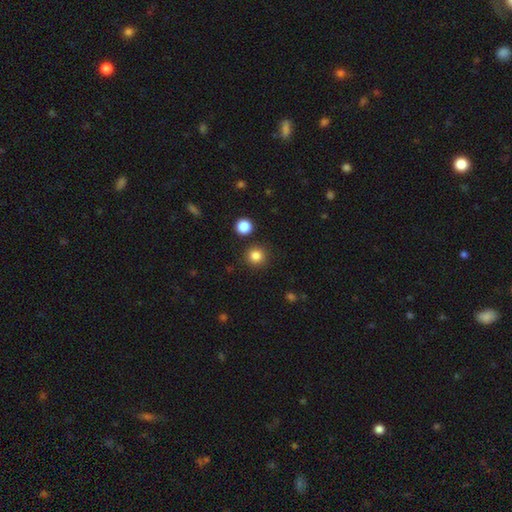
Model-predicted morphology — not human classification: This appears to be a smooth galaxy with no disk features (84%) that is round (94%). Merging: none (90%).